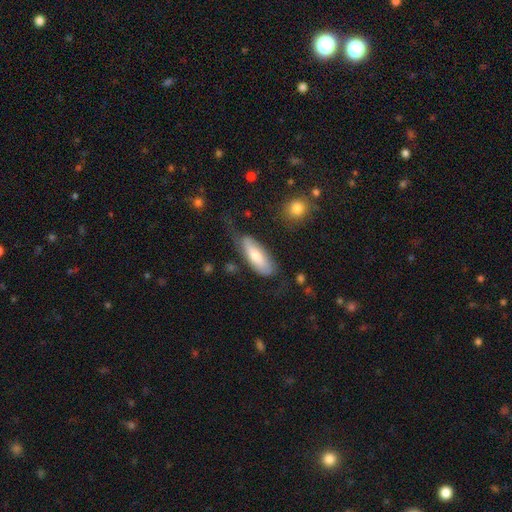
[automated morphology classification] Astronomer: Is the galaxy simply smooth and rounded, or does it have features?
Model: smooth — 64%.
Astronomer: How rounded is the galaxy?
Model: in between — 68%.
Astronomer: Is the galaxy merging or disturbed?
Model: none — 47% (runner-up: minor disturbance, 29%).